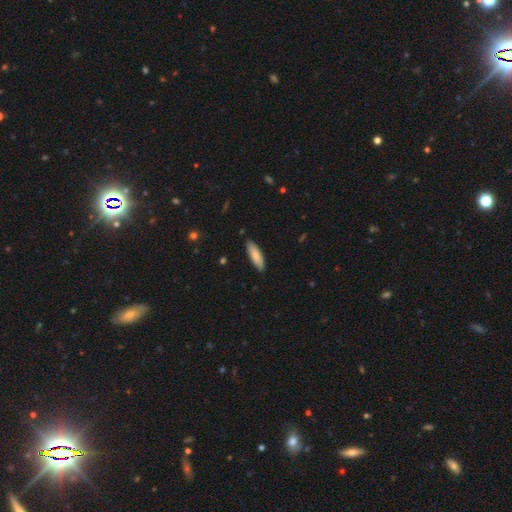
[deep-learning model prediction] smooth_or_featured: smooth (p=0.80) [alt: featured or disk p=0.14]
how_rounded: cigar-shaped (p=0.53) [alt: in between p=0.45]
merging: none (p=0.88) [alt: minor disturbance p=0.09]